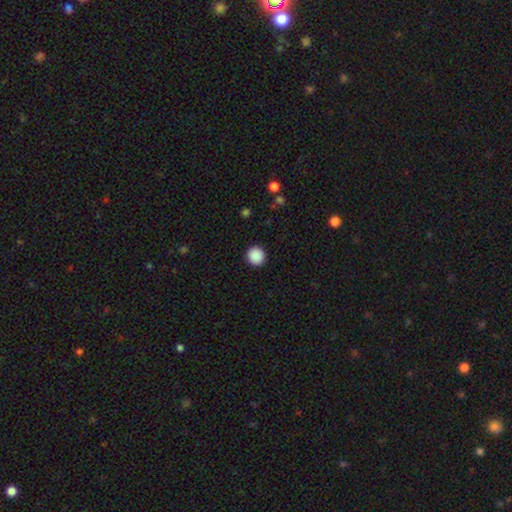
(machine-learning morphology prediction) smooth_or_featured: smooth (p=0.89) [alt: star or artifact p=0.09]
how_rounded: round (p=0.94) [alt: in between p=0.06]
merging: none (p=0.92) [alt: minor disturbance p=0.05]